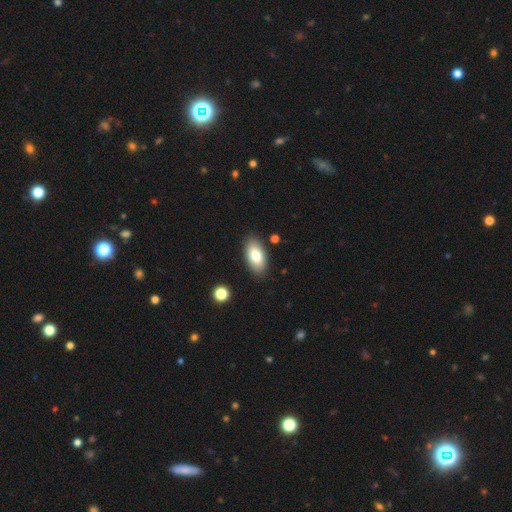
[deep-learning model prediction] A smooth galaxy with no disk features (78%) that is in between round and cigar-shaped (93%).

Vote fractions:
- Smooth or featured? smooth: 78% / featured or disk: 15% / star or artifact: 7%
- How rounded? in between: 93% / cigar-shaped: 4% / round: 3%
- Merging? none: 86% / minor disturbance: 9% / major disturbance: 2% / merger: 2%